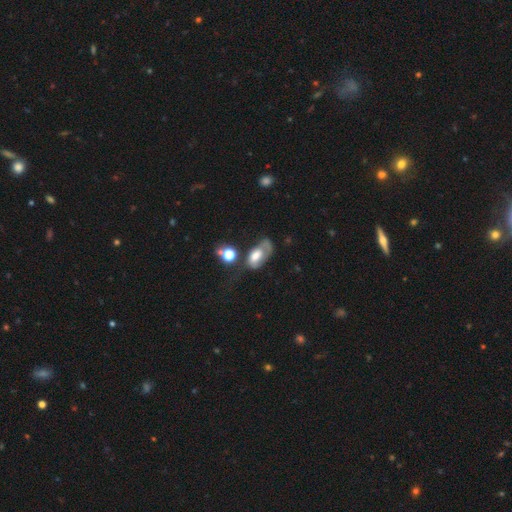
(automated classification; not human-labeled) This is possibly a smooth galaxy (51%). How rounded: clearly in between (88%). Merging: marginally major disturbance (38%).